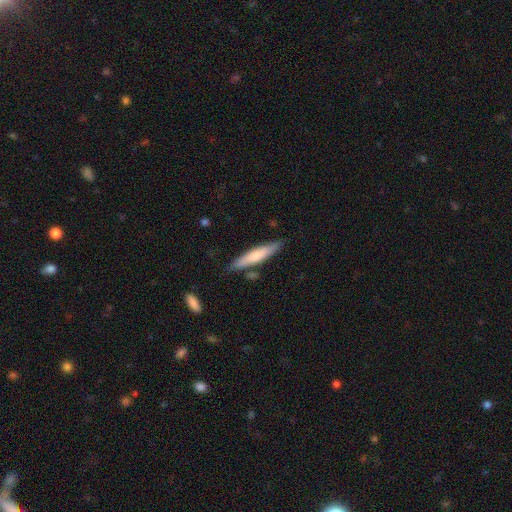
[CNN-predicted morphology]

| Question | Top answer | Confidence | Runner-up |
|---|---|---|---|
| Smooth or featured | smooth | 65% | featured or disk (29%) |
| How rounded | cigar-shaped | 85% | in between (13%) |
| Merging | none | 80% | minor disturbance (13%) |